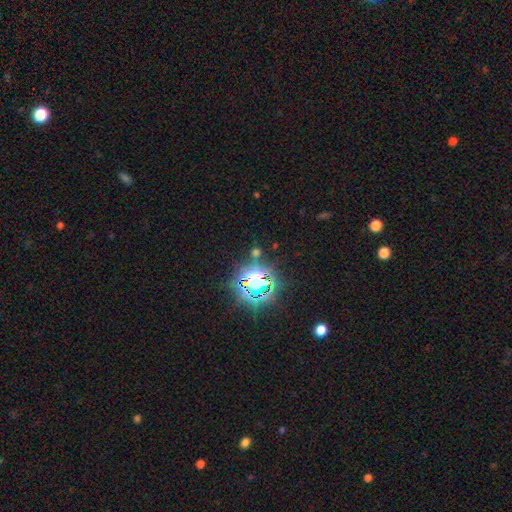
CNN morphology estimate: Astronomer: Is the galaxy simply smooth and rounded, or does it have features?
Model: star or artifact — 76%.